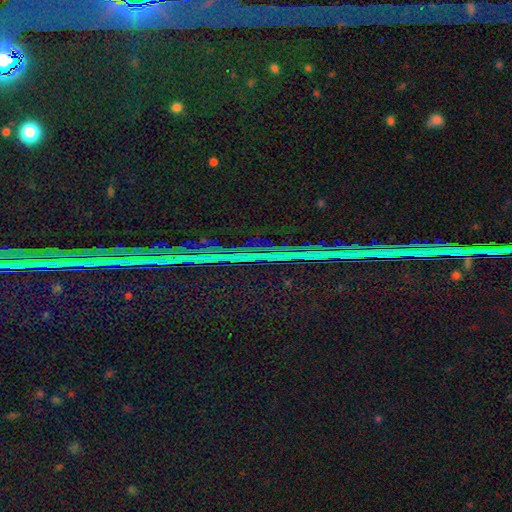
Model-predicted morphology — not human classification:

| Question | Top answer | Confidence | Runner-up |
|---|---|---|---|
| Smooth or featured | star or artifact | 88% | featured or disk (7%) |